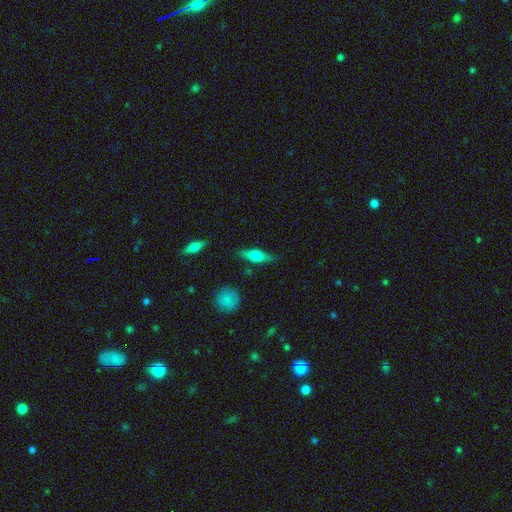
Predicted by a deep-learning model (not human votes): A featured or disk galaxy (47%).

Vote fractions:
- Smooth or featured? featured or disk: 47% / smooth: 46% / star or artifact: 6%
- Merging? none: 83% / minor disturbance: 12% / major disturbance: 3% / merger: 2%